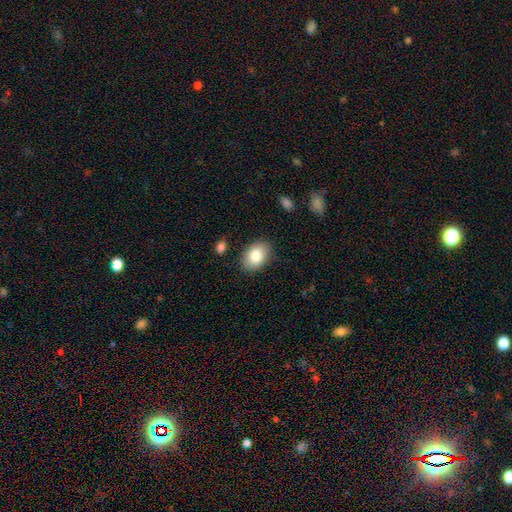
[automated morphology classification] Smooth or featured: smooth — 85% (featured or disk — 9%)
How rounded: in between — 81% (round — 18%)
Merging: none — 84% (minor disturbance — 11%)